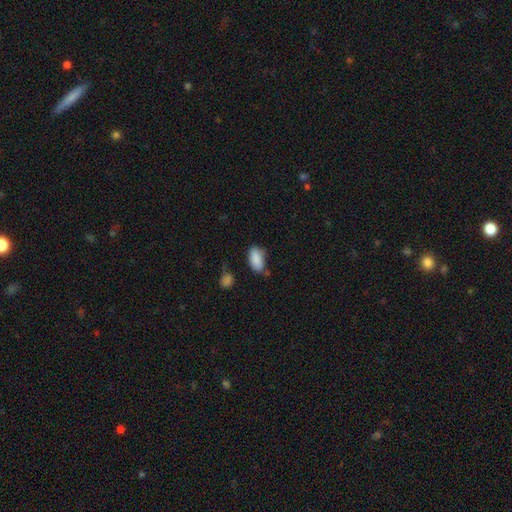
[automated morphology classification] smooth_or_featured: smooth (p=0.87) [alt: star or artifact p=0.08]
how_rounded: in between (p=0.93) [alt: round p=0.04]
merging: none (p=0.61) [alt: minor disturbance p=0.27]